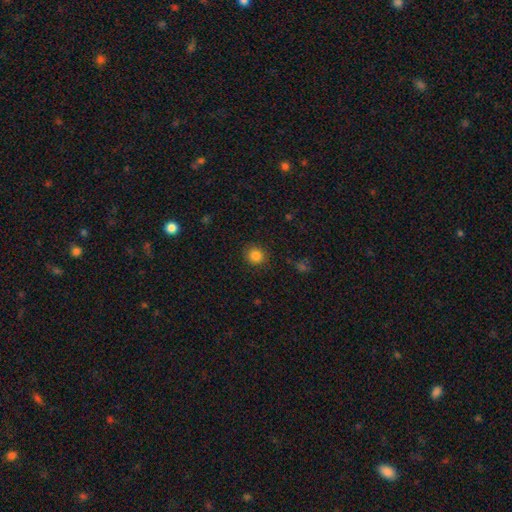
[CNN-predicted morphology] Smooth or featured: smooth — 85% (star or artifact — 11%)
How rounded: round — 86% (in between — 13%)
Merging: none — 89% (minor disturbance — 7%)